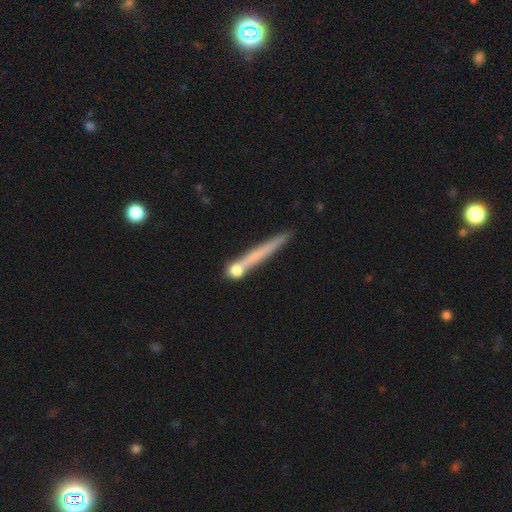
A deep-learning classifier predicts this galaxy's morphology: This is possibly a smooth galaxy (50%). How rounded: clearly cigar-shaped (93%). Merging: likely none (72%).